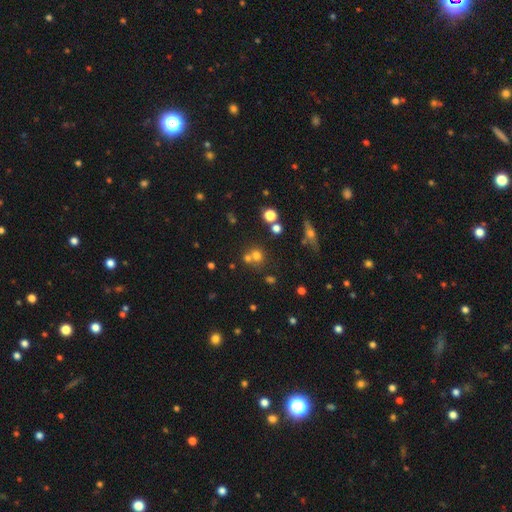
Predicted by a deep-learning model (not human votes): Morphology: type=smooth (62%); roundness=round (84%); merging=none (53%).